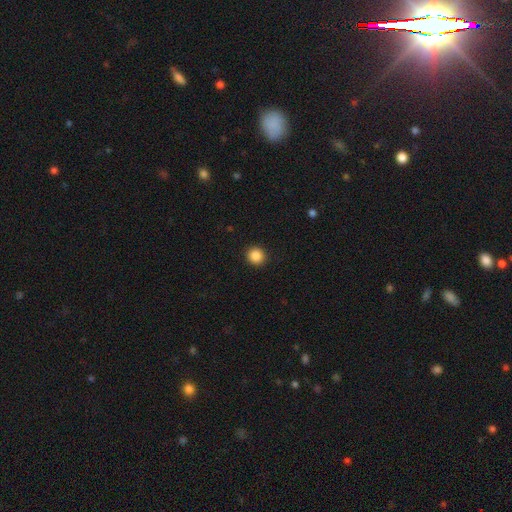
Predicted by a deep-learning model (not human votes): Morphology: type=smooth (87%); roundness=round (91%); merging=none (93%).